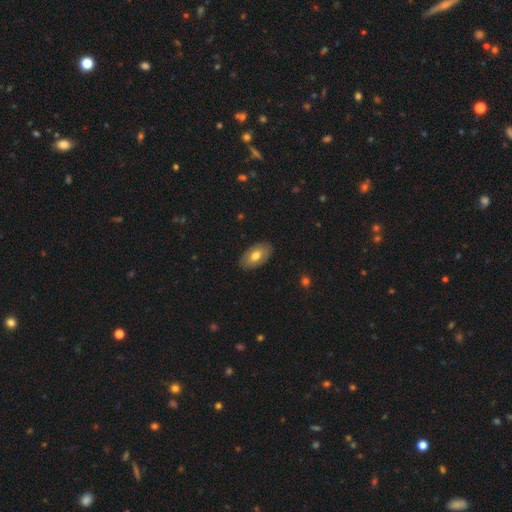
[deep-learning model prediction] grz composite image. It shows a smooth galaxy with no disk features (67%) that is in between round and cigar-shaped (94%). Merging: none (87%).